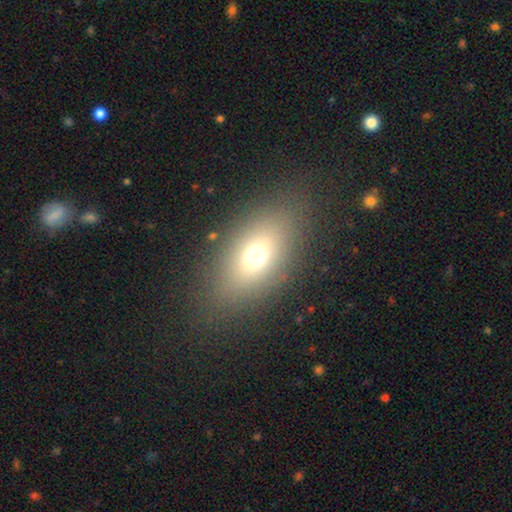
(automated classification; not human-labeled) Smooth or featured? Predicted: smooth (p=0.66). How rounded? Predicted: in between (p=0.78). Merging? Predicted: none (p=0.81).